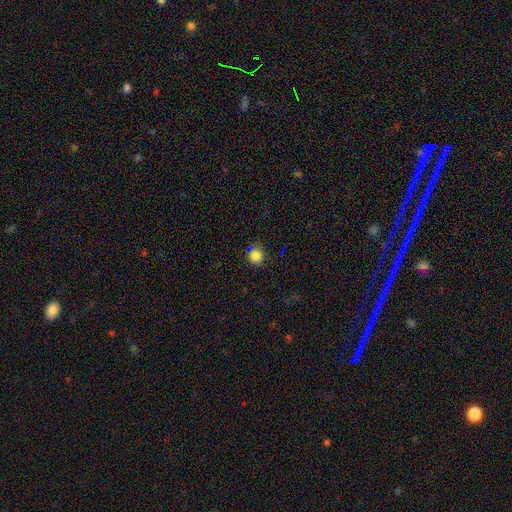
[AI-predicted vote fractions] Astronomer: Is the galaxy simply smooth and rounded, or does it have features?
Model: smooth — 80%.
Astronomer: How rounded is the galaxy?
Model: round — 83%.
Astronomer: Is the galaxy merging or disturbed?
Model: none — 77%.